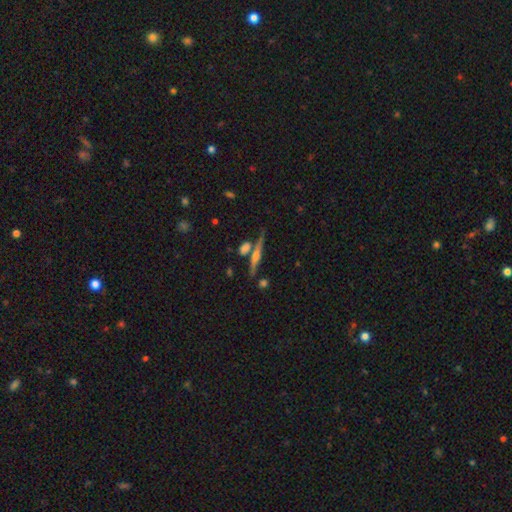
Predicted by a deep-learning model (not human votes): Smooth or featured? Predicted: featured or disk (p=0.71). Edge-on disk? Predicted: yes (p=0.96). Edge-on bulge? Predicted: rounded (p=0.83). Merging? Predicted: none (p=0.72).